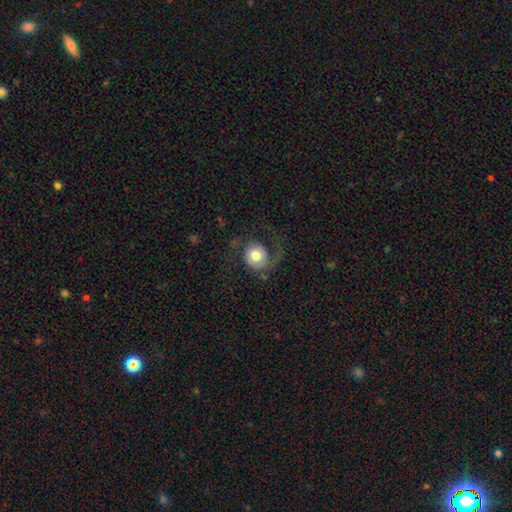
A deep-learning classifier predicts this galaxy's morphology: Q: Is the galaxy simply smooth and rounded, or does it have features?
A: featured or disk — 50%.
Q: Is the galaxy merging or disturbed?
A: none — 56%.